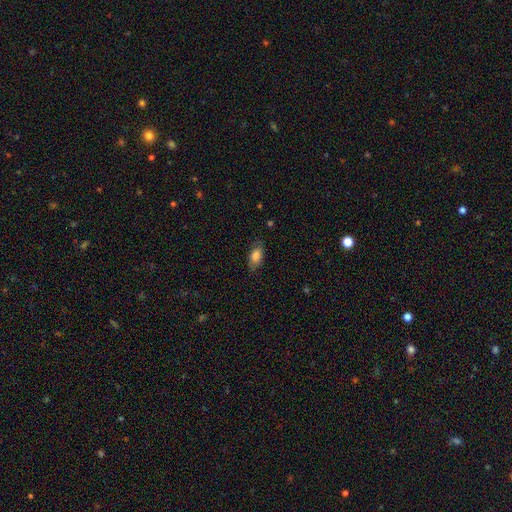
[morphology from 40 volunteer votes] Smooth or featured?
  - smooth: 88% *
  - featured or disk: 10%
  - star or artifact: 2%
How rounded?
  - in between: 83% *
  - cigar-shaped: 11%
  - round: 6%
Merging?
  - none: 72% *
  - minor disturbance: 18%
  - major disturbance: 8%
  - merger: 3%